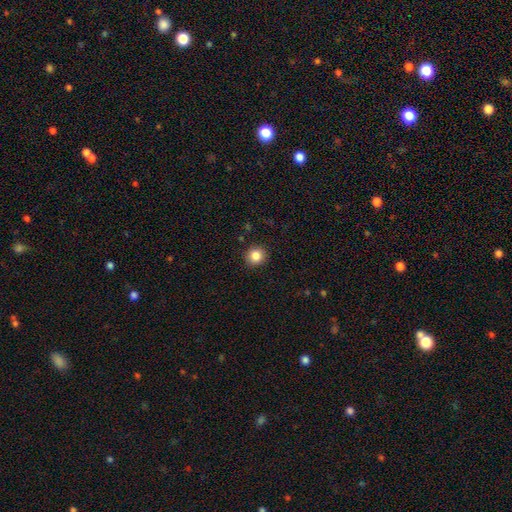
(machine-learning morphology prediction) smooth 84%, star or artifact 10%, featured or disk 5%. Down the decision tree: how rounded — round (90%); merging — none (91%).